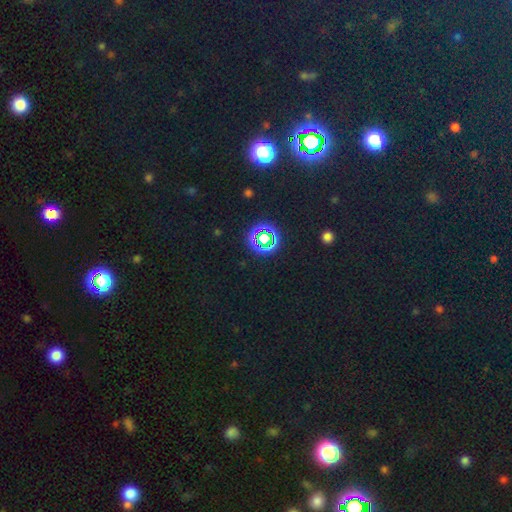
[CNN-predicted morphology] type=star or artifact (71%).